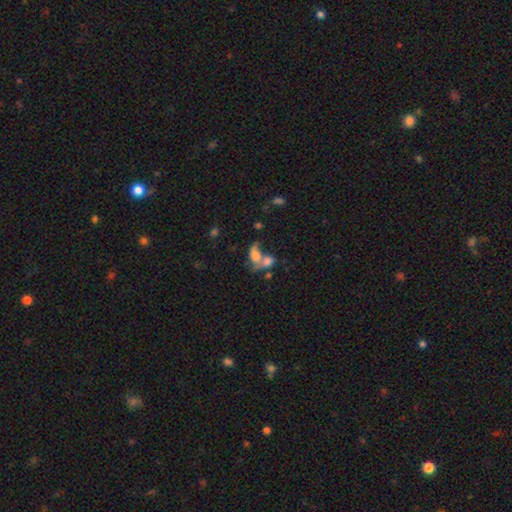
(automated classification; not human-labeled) Smooth or featured?
  - smooth: 55% *
  - featured or disk: 31%
  - star or artifact: 14%
How rounded?
  - in between: 79% *
  - round: 16%
  - cigar-shaped: 4%
Merging?
  - merger: 63% *
  - none: 15%
  - major disturbance: 14%
  - minor disturbance: 8%